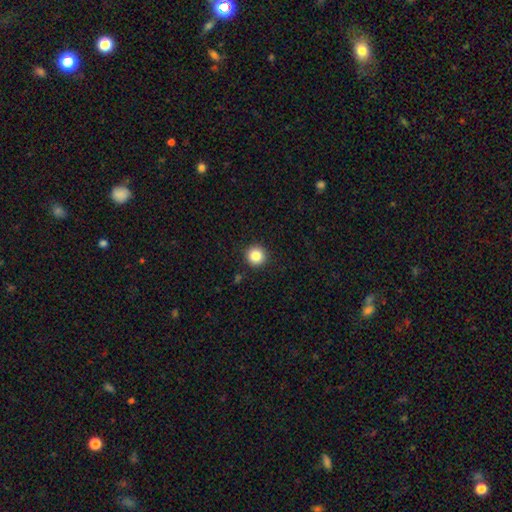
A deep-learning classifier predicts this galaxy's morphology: A smooth galaxy with no disk features (85%) that is round (96%). Merging: none (92%).